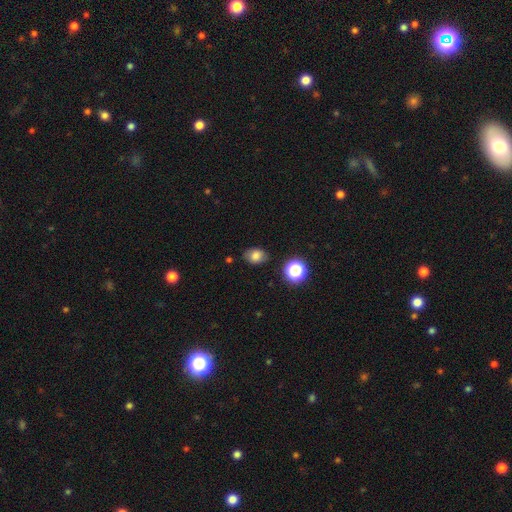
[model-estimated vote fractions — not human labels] This is likely a smooth galaxy (78%). How rounded: likely in between (65%). Merging: likely none (80%).